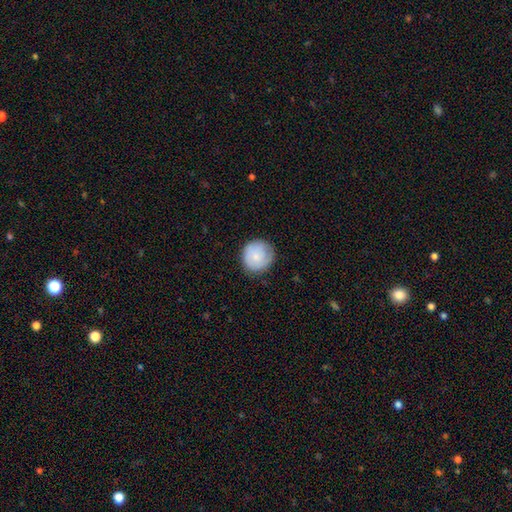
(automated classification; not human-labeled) Smooth or featured: smooth — 76% (featured or disk — 18%)
How rounded: round — 92% (in between — 7%)
Merging: none — 79% (minor disturbance — 16%)